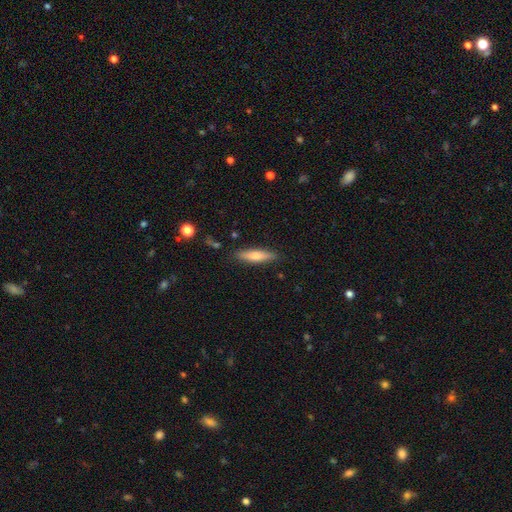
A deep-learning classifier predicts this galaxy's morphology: The model was most divided on "smooth or featured": smooth: 68%, featured or disk: 26%, star or artifact: 6%. More confident: merging — none (86%); how rounded — cigar-shaped (74%).